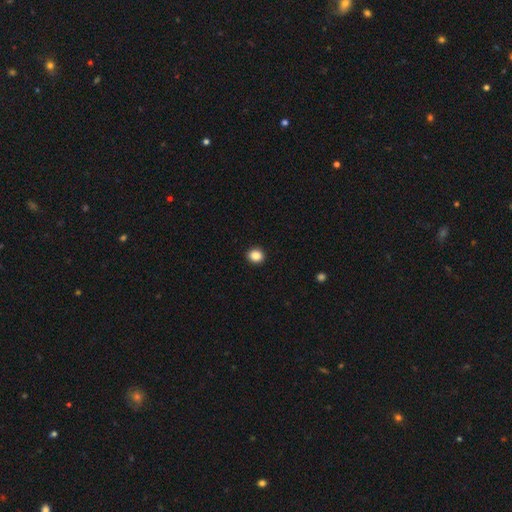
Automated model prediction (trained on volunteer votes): Smooth or featured? smooth (87%)
How rounded? round (75%)
Merging? none (93%)